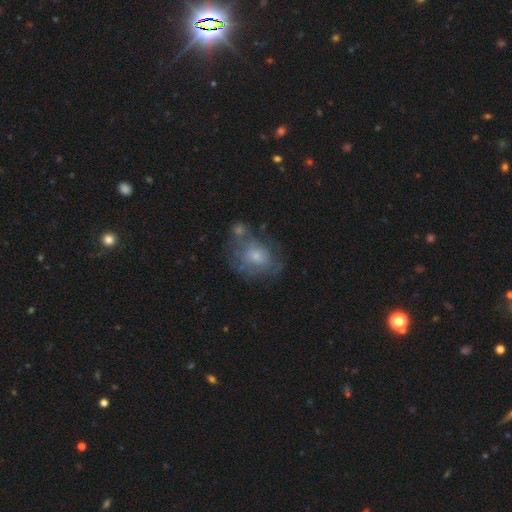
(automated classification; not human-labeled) smooth 45%, featured or disk 44%, star or artifact 11%. Down the decision tree: merging — none (44%).